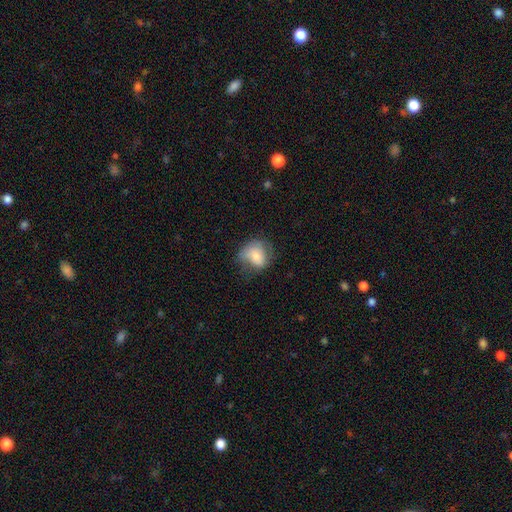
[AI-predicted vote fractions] A smooth galaxy with no disk features (68%) that is round (55%).

Vote fractions:
- Smooth or featured? smooth: 68% / featured or disk: 24% / star or artifact: 8%
- How rounded? round: 55% / in between: 44% / cigar-shaped: 1%
- Merging? none: 48% / minor disturbance: 32% / major disturbance: 18% / merger: 2%